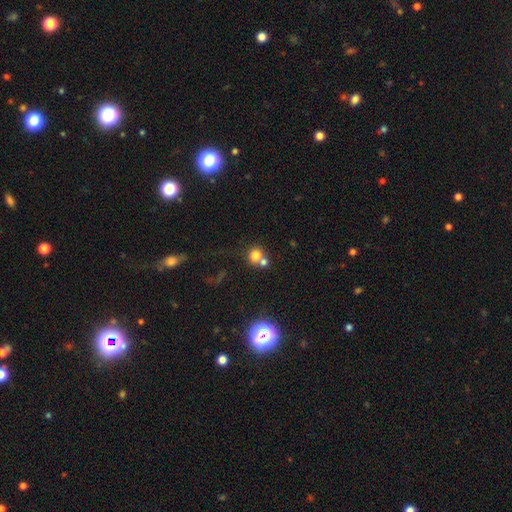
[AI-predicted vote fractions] smooth-or-featured: smooth: 74% | star or artifact: 14% | featured or disk: 12%
  how-rounded: round: 83% | in between: 16% | cigar-shaped: 1%
  merging: merger: 46% | none: 42% | minor disturbance: 8% | major disturbance: 5%